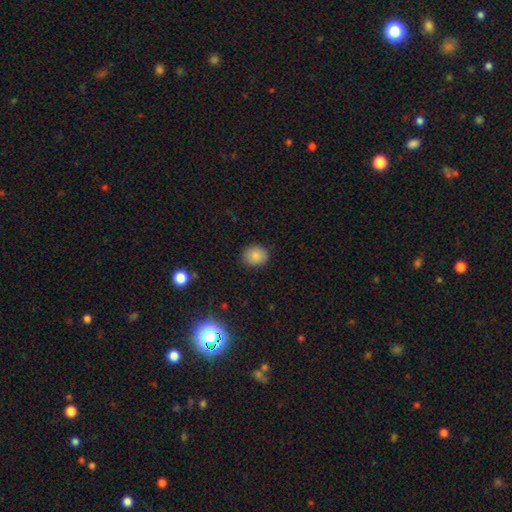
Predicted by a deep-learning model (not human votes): smooth_or_featured: smooth (p=0.85) [alt: star or artifact p=0.10]
how_rounded: round (p=0.72) [alt: in between p=0.27]
merging: none (p=0.87) [alt: minor disturbance p=0.09]